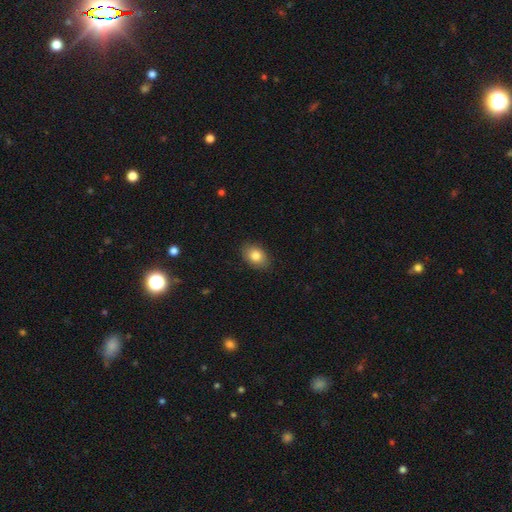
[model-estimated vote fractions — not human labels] Overall: smooth (83%). How rounded: in between (80%). Merging: none (87%).